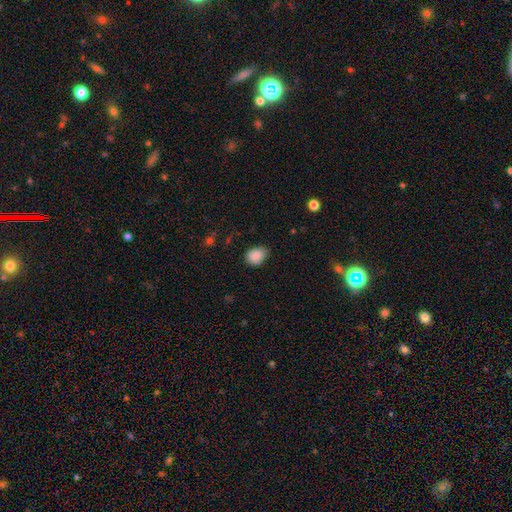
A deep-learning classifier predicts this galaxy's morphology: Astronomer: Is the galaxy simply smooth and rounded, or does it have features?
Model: smooth — 88%.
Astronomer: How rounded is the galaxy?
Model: in between — 60% (runner-up: round, 39%).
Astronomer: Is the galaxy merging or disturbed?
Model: none — 72%.